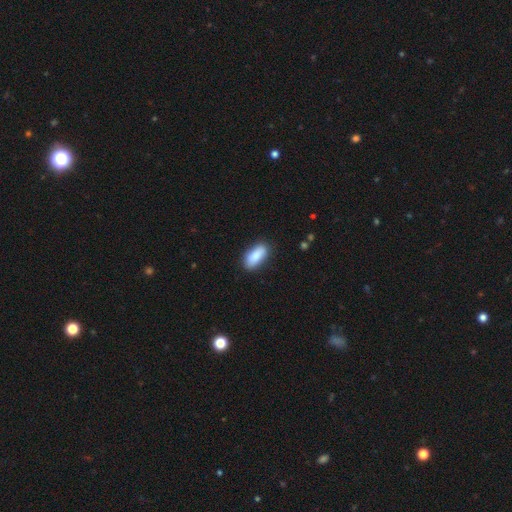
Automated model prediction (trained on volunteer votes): Morphology: type=smooth (88%); roundness=in between (87%); merging=none (85%).